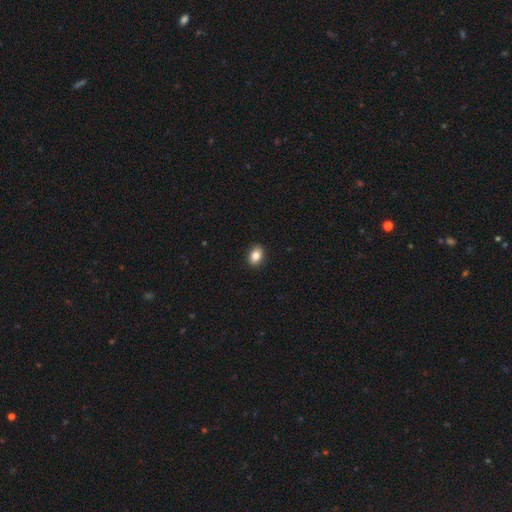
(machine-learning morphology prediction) This appears to be a smooth galaxy with no disk features (84%) that is in between round and cigar-shaped (72%). Merging: none (91%).